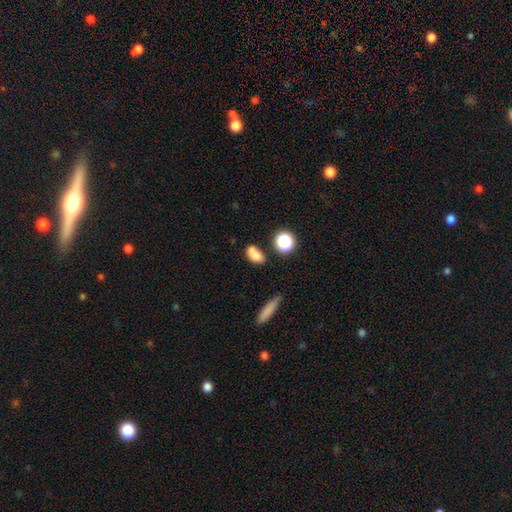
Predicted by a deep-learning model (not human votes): Smooth or featured?
  - smooth: 77% *
  - star or artifact: 11%
  - featured or disk: 11%
How rounded?
  - in between: 75% *
  - round: 19%
  - cigar-shaped: 6%
Merging?
  - none: 50% *
  - merger: 26%
  - minor disturbance: 17%
  - major disturbance: 7%